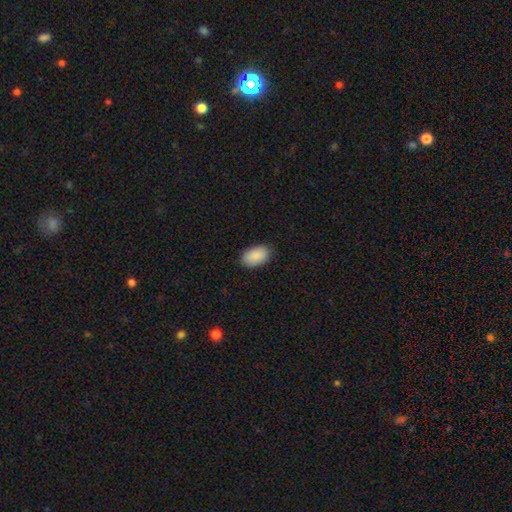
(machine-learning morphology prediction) This appears to be a smooth galaxy with no disk features (91%) that is in between round and cigar-shaped (93%). Merging: none (87%).